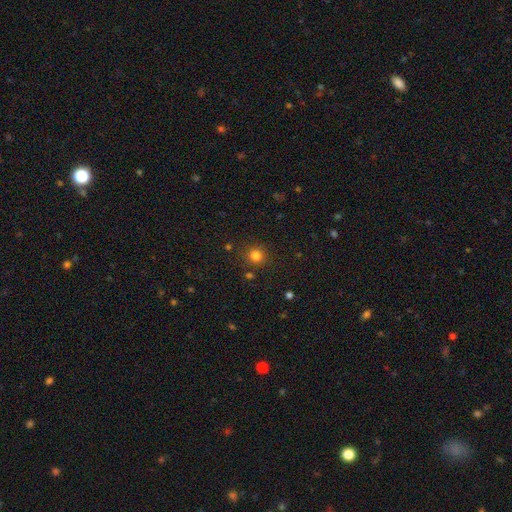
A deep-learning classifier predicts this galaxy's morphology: A smooth galaxy with no disk features (81%) that is round (91%). Merging: none (86%).